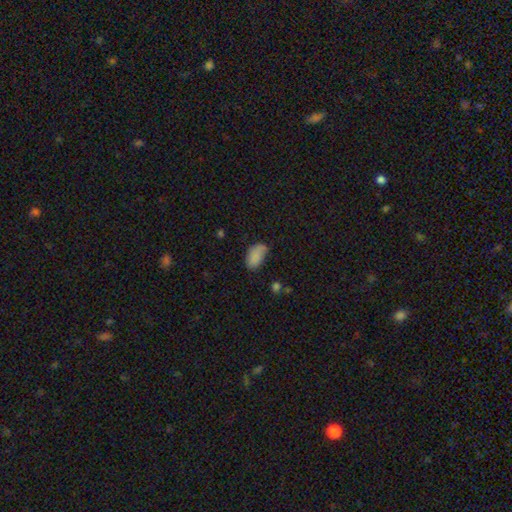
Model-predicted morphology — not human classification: The model was most divided on "merging": none: 60%, minor disturbance: 29%, major disturbance: 8%, merger: 3%. More confident: how rounded — in between (94%); smooth or featured — smooth (85%).